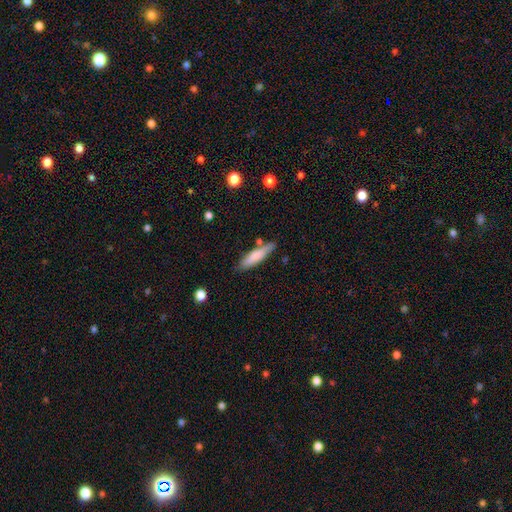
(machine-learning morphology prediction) smooth_or_featured: smooth (p=0.76) [alt: featured or disk p=0.18]
how_rounded: cigar-shaped (p=0.75) [alt: in between p=0.23]
merging: none (p=0.75) [alt: minor disturbance p=0.16]